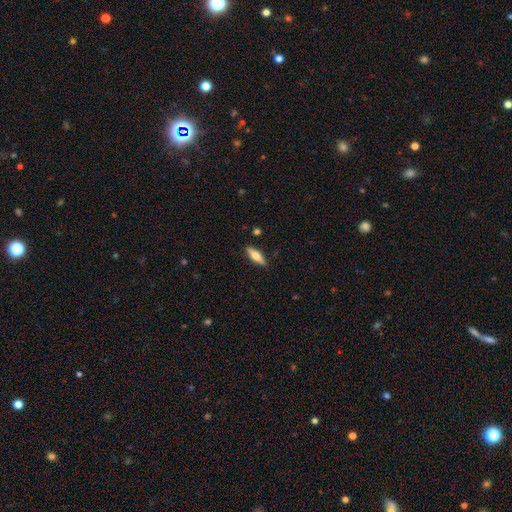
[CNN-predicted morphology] Q: Smooth or featured?
A: smooth (55%); runner-up: featured or disk (39%)
Q: How rounded?
A: cigar-shaped (50%); runner-up: in between (47%)
Q: Merging?
A: none (88%); runner-up: minor disturbance (9%)